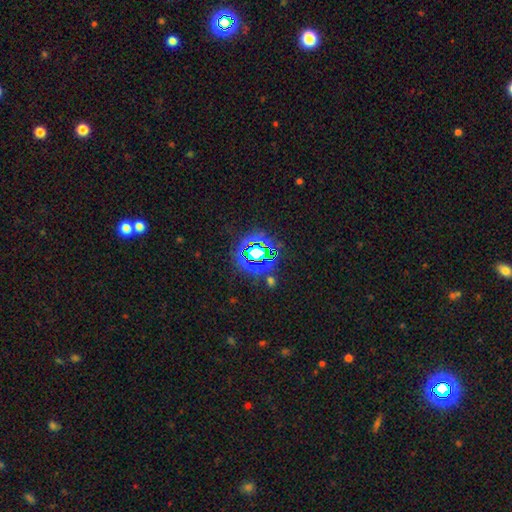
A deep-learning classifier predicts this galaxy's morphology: Smooth or featured?
  - star or artifact: 73% *
  - smooth: 17%
  - featured or disk: 10%